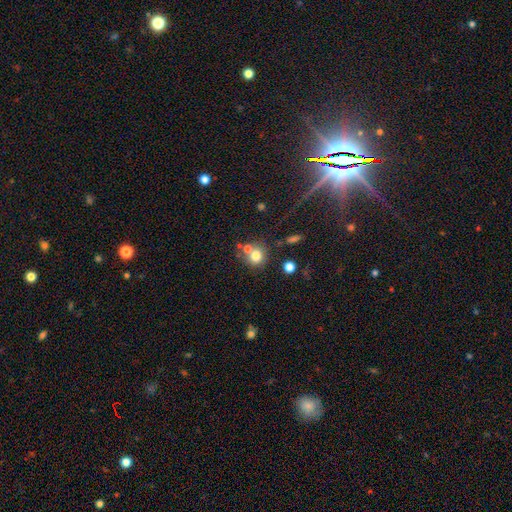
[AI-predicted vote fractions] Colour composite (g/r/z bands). It shows a smooth galaxy with no disk features (75%) that is round (84%). Merging: none (57%).